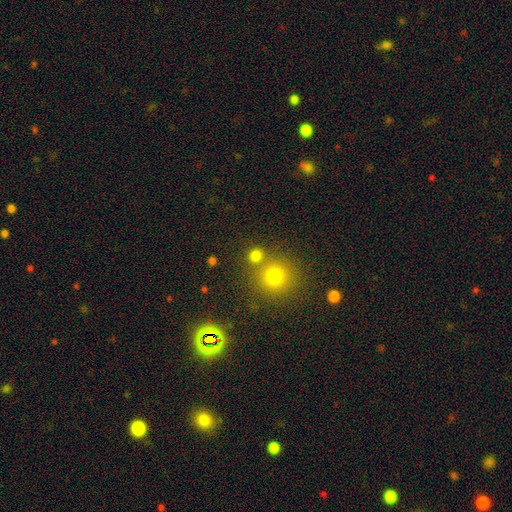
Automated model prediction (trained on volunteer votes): Smooth or featured: smooth — 76% (star or artifact — 18%)
How rounded: round — 88% (in between — 10%)
Merging: none — 72% (merger — 18%)